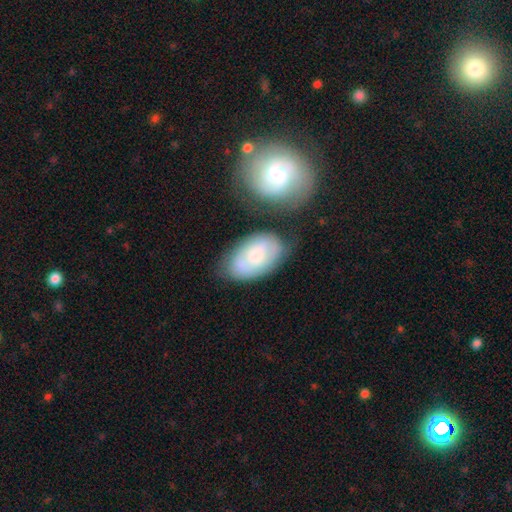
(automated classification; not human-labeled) A smooth galaxy with no disk features (56%) that is in between round and cigar-shaped (91%).

Vote fractions:
- Smooth or featured? smooth: 56% / featured or disk: 38% / star or artifact: 7%
- How rounded? in between: 91% / round: 7% / cigar-shaped: 2%
- Merging? none: 57% / minor disturbance: 21% / merger: 16% / major disturbance: 7%